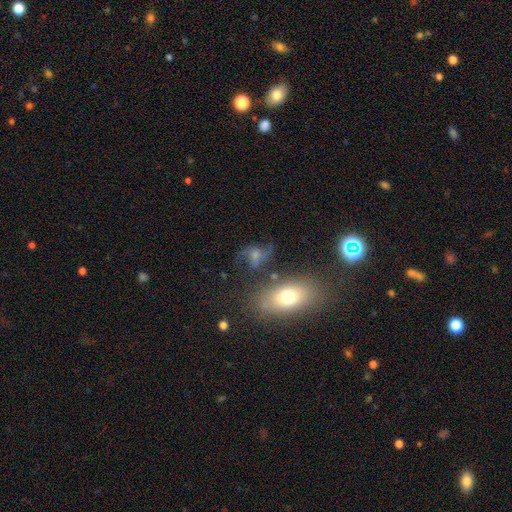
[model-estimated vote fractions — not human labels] A featured or disk galaxy (46%). Merging: none (46%).